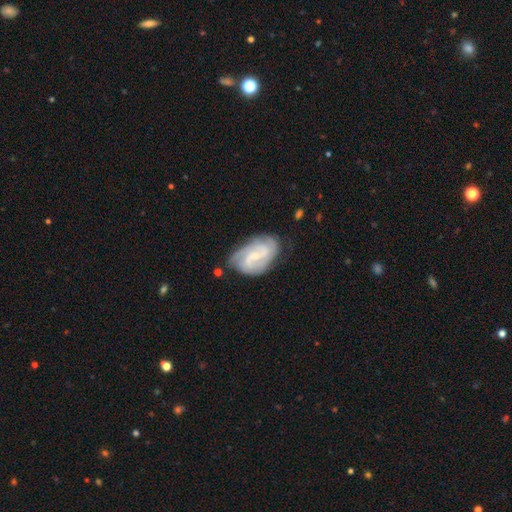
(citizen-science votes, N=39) Q: Smooth or featured?
A: featured or disk (97%); runner-up: star or artifact (3%)
Q: Edge-on disk?
A: no (100%)
Q: Bar?
A: no (61%); runner-up: weak (34%)
Q: Spiral arms?
A: yes (100%)
Q: Spiral winding?
A: medium (42%); runner-up: tight (37%)
Q: Spiral arm count?
A: 2 (42%); runner-up: can't tell (26%)
Q: Bulge size?
A: small (74%); runner-up: moderate (18%)
Q: Merging?
A: none (63%); runner-up: minor disturbance (29%)